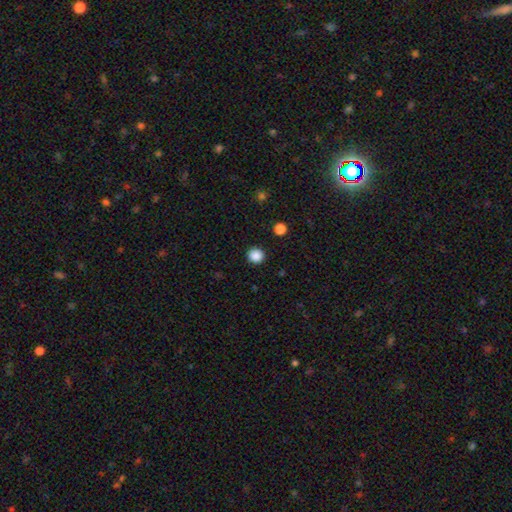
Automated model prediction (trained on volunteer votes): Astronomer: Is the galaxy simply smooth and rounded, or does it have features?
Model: smooth — 87%.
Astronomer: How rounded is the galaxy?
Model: round — 91%.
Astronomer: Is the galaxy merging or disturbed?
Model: none — 92%.